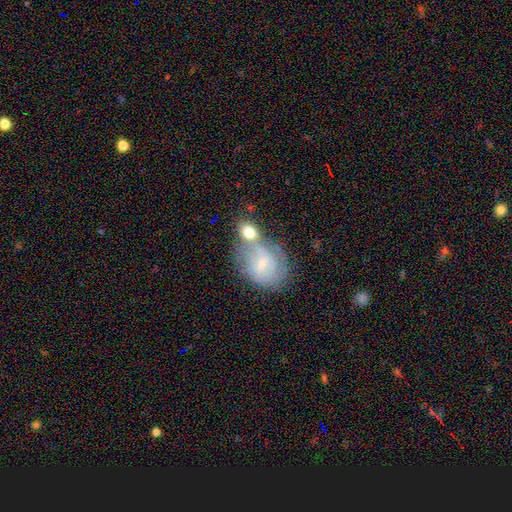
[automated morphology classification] featured or disk 51%, smooth 34%, star or artifact 15%. Down the decision tree: edge-on disk — no (96%); merging — none (49%).